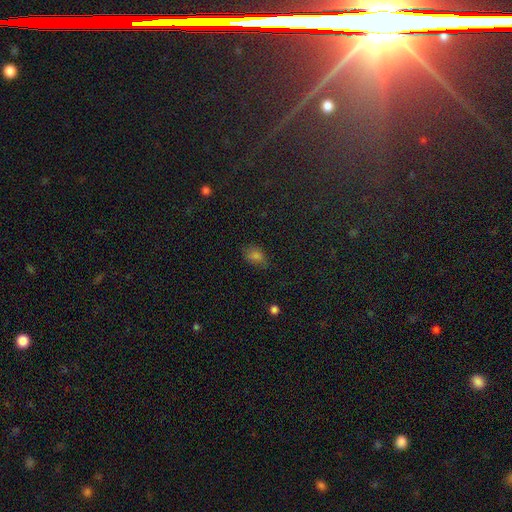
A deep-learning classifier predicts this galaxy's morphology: Smooth or featured? smooth (69%)
How rounded? in between (78%)
Merging? none (66%)